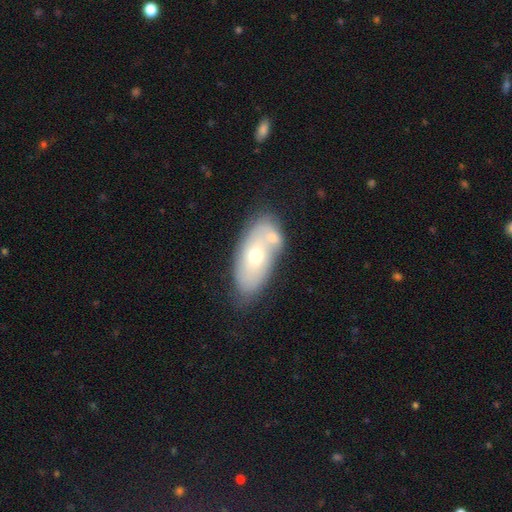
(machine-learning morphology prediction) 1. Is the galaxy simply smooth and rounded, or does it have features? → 50% smooth, 43% featured or disk, 7% star or artifact.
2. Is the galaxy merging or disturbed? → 43% none, 36% merger, 16% minor disturbance, 5% major disturbance.